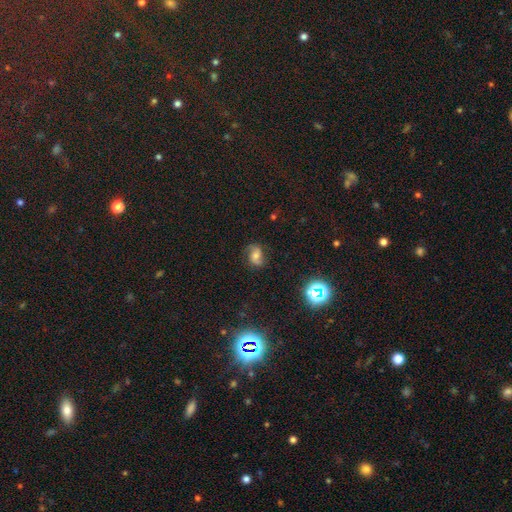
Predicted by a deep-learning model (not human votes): Smooth or featured? Predicted: featured or disk (p=0.54). Edge-on disk? Predicted: no (p=0.96). Bar? Predicted: no (p=0.59). Spiral arms? Predicted: yes (p=0.90). Bulge size? Predicted: moderate (p=0.56). Merging? Predicted: none (p=0.76).